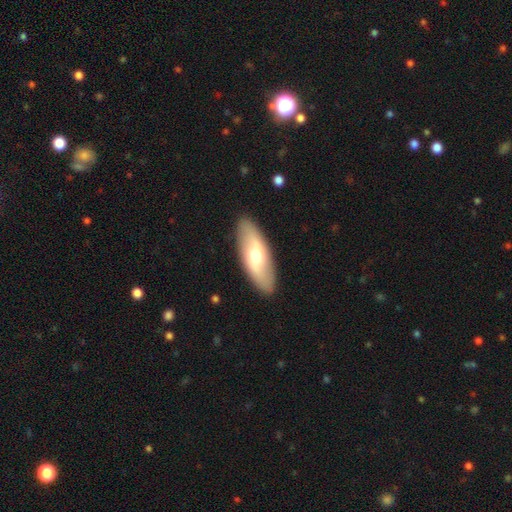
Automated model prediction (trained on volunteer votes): smooth-or-featured: smooth: 49% | featured or disk: 46% | star or artifact: 5%
  merging: none: 90% | minor disturbance: 7% | major disturbance: 2% | merger: 1%